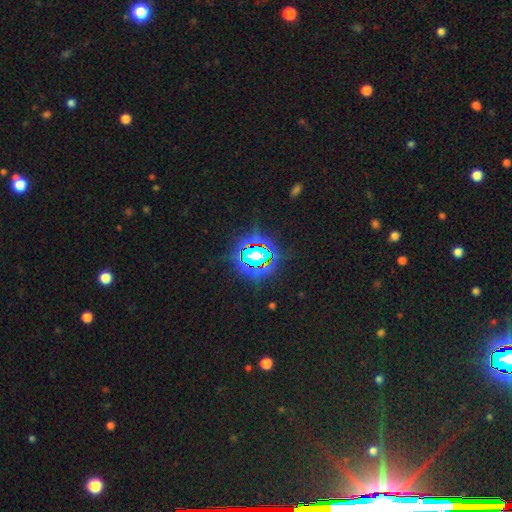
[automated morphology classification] Q: Smooth or featured?
A: star or artifact (72%); runner-up: smooth (16%)